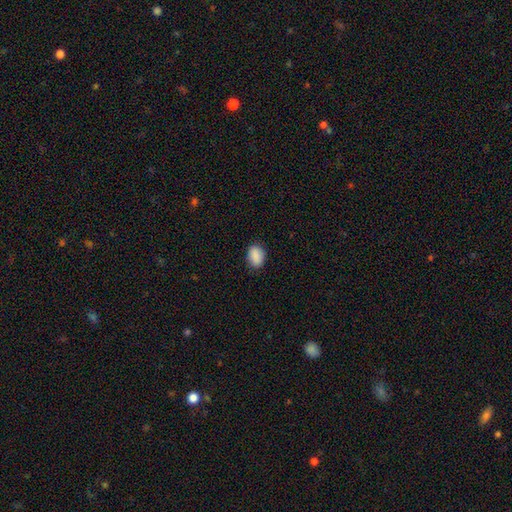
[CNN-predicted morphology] This is clearly a smooth galaxy (90%). How rounded: likely in between (76%). Merging: clearly none (86%).